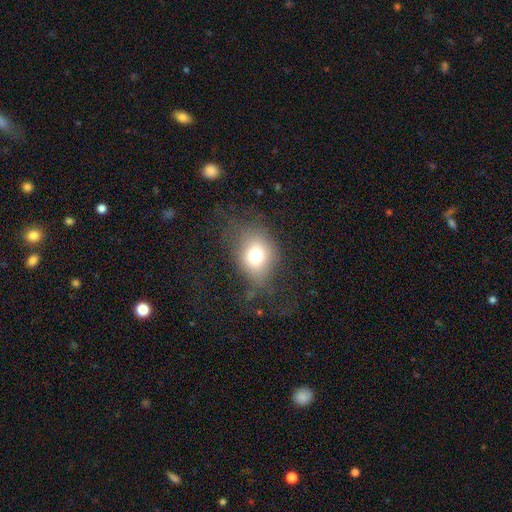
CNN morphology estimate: Q: Smooth or featured?
A: smooth (69%); runner-up: featured or disk (17%)
Q: How rounded?
A: in between (51%); runner-up: round (48%)
Q: Merging?
A: none (62%); runner-up: minor disturbance (21%)